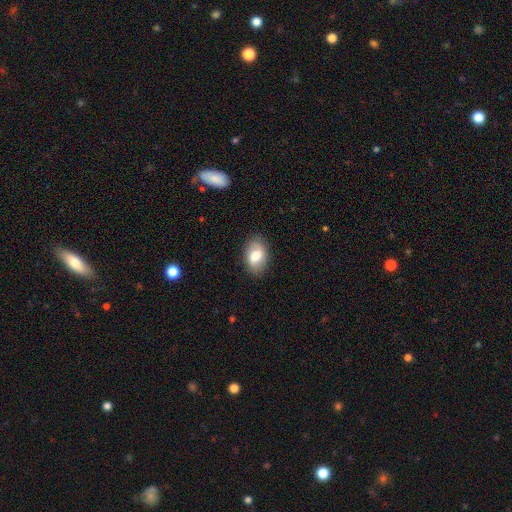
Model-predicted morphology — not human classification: Smooth or featured: smooth — 71% (featured or disk — 22%)
How rounded: in between — 87% (round — 11%)
Merging: none — 85% (minor disturbance — 11%)